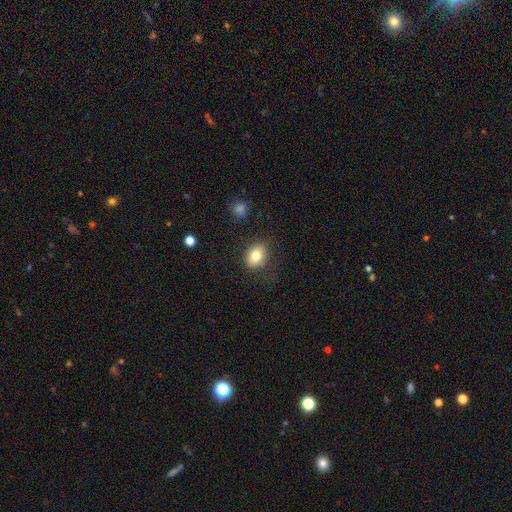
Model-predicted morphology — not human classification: smooth-or-featured: smooth: 80% | featured or disk: 11% | star or artifact: 9%
  how-rounded: in between: 69% | round: 30% | cigar-shaped: 1%
  merging: none: 76% | minor disturbance: 16% | major disturbance: 5% | merger: 2%